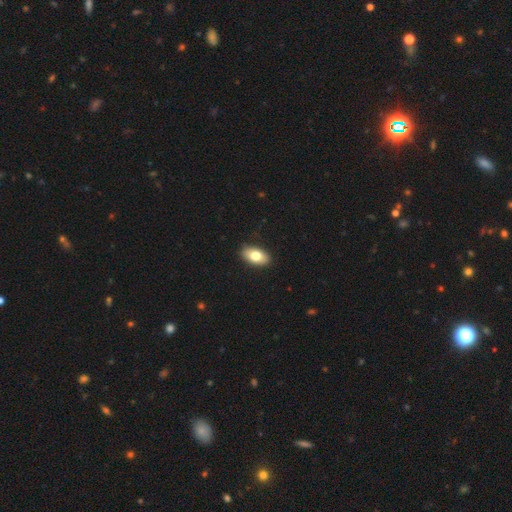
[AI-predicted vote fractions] Q: Smooth or featured?
A: smooth (78%); runner-up: featured or disk (15%)
Q: How rounded?
A: in between (92%); runner-up: round (5%)
Q: Merging?
A: none (89%); runner-up: minor disturbance (8%)